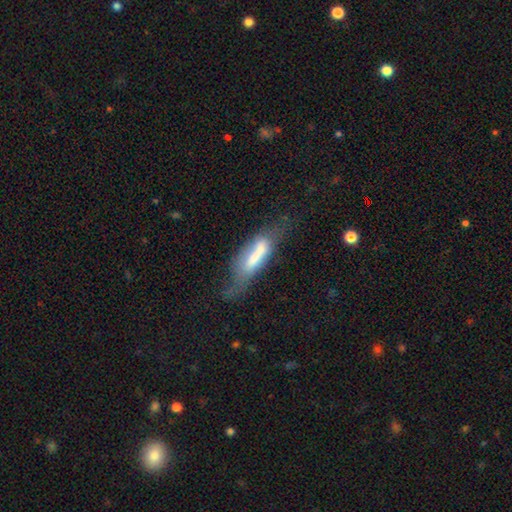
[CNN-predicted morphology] The model was most divided on "merging": none: 35%, minor disturbance: 27%, major disturbance: 25%, merger: 13%. More confident: how rounded — cigar-shaped (56%); smooth or featured — smooth (50%).